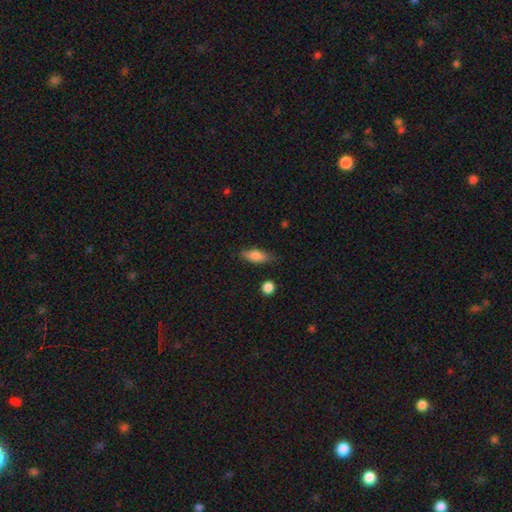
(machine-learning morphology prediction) Smooth or featured? smooth (79%)
How rounded? in between (69%)
Merging? none (75%)